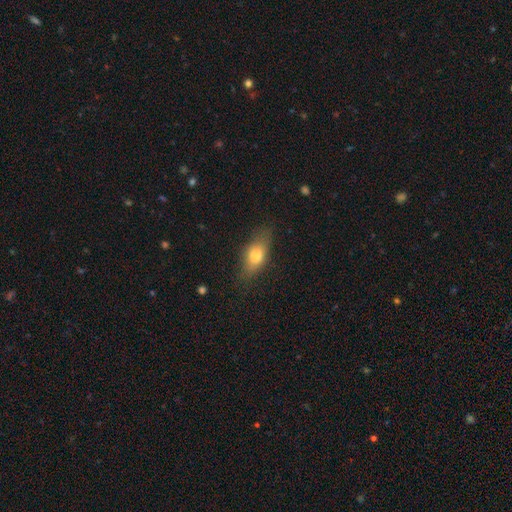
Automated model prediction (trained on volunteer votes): smooth_or_featured: smooth (p=0.71) [alt: featured or disk p=0.21]
how_rounded: in between (p=0.75) [alt: cigar-shaped p=0.18]
merging: none (p=0.77) [alt: minor disturbance p=0.17]